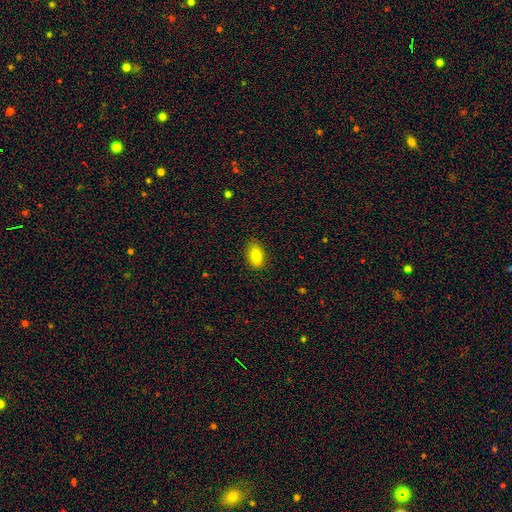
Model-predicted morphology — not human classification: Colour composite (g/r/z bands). It shows a smooth galaxy with no disk features (83%) that is in between round and cigar-shaped (90%). Merging: none (87%).